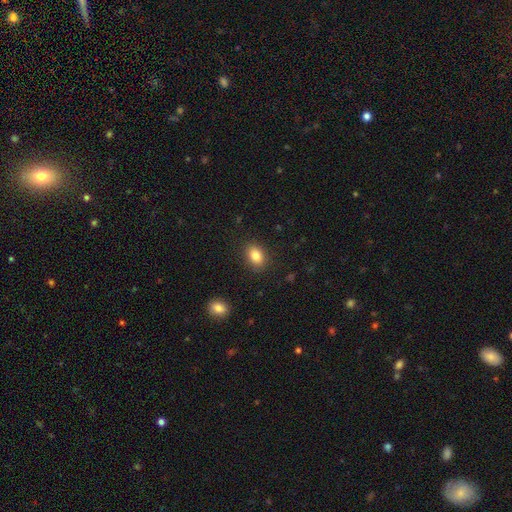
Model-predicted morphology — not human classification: Smooth or featured?
  - smooth: 84% *
  - star or artifact: 9%
  - featured or disk: 7%
How rounded?
  - in between: 74% *
  - round: 25%
  - cigar-shaped: 1%
Merging?
  - none: 87% *
  - minor disturbance: 9%
  - major disturbance: 3%
  - merger: 1%